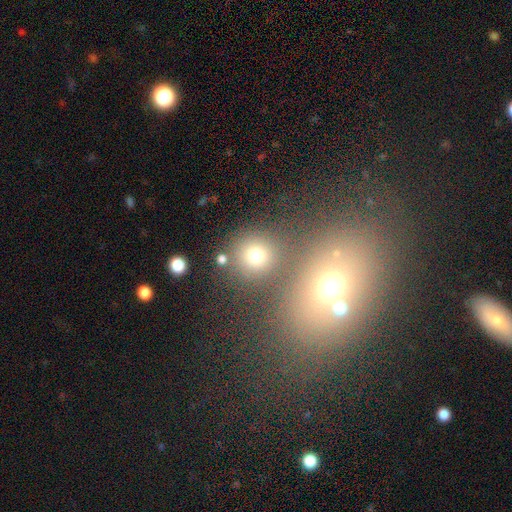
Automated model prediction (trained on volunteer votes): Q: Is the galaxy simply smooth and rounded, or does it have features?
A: smooth — 71%.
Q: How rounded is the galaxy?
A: round — 88%.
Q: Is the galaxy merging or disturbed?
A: none — 71%.